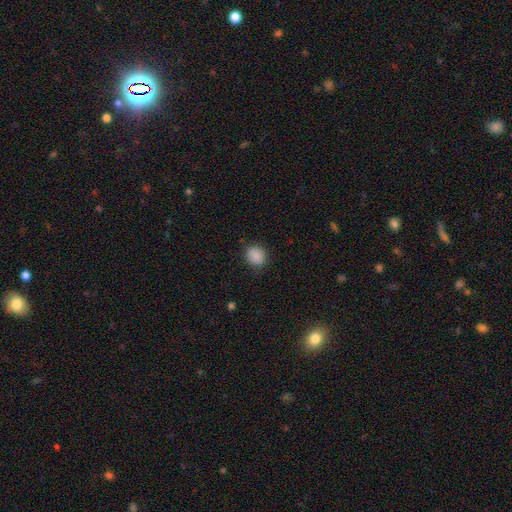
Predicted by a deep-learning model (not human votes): A smooth galaxy with no disk features (88%) that is round (72%).

Vote fractions:
- Smooth or featured? smooth: 88% / star or artifact: 9% / featured or disk: 3%
- How rounded? round: 72% / in between: 27% / cigar-shaped: 1%
- Merging? none: 84% / minor disturbance: 12% / major disturbance: 3% / merger: 1%